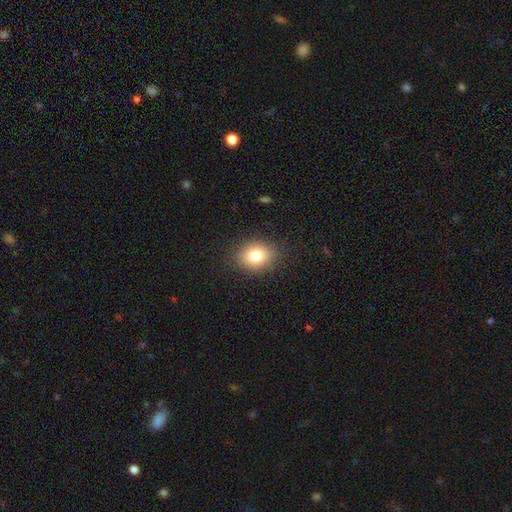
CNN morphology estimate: smooth-or-featured: smooth: 79% | star or artifact: 11% | featured or disk: 10%
  how-rounded: in between: 50% | round: 49% | cigar-shaped: 1%
  merging: none: 87% | minor disturbance: 9% | major disturbance: 3% | merger: 1%